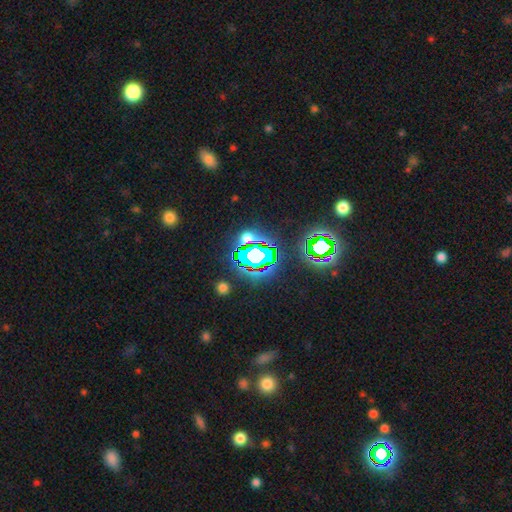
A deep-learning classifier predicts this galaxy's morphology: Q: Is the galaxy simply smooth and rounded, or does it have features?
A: star or artifact — 62%.